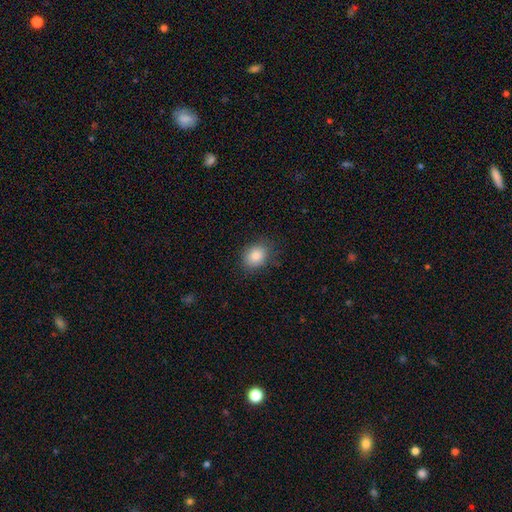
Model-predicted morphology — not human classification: type=smooth (86%); roundness=in between (54%); merging=none (81%).